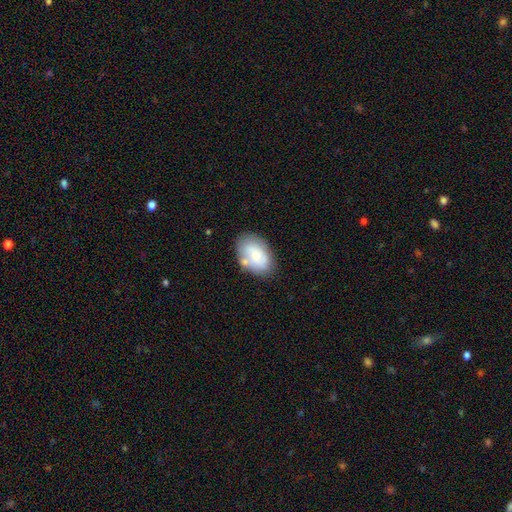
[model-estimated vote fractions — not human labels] The model was most divided on "smooth or featured": smooth: 68%, featured or disk: 25%, star or artifact: 7%. More confident: how rounded — in between (89%); merging — none (64%).